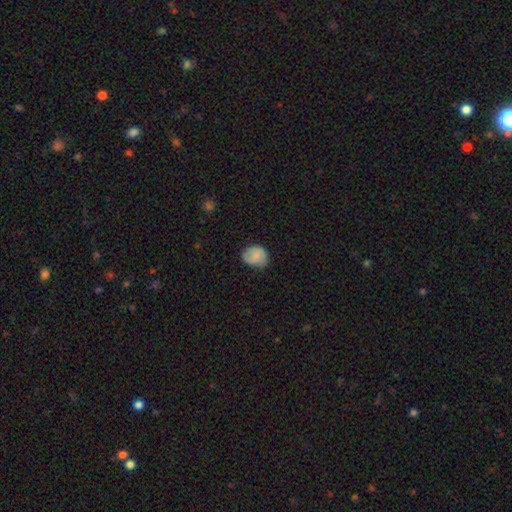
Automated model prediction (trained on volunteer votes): smooth-or-featured: smooth: 70% | featured or disk: 23% | star or artifact: 7%
  how-rounded: round: 52% | in between: 47% | cigar-shaped: 1%
  merging: none: 67% | minor disturbance: 26% | major disturbance: 5% | merger: 1%